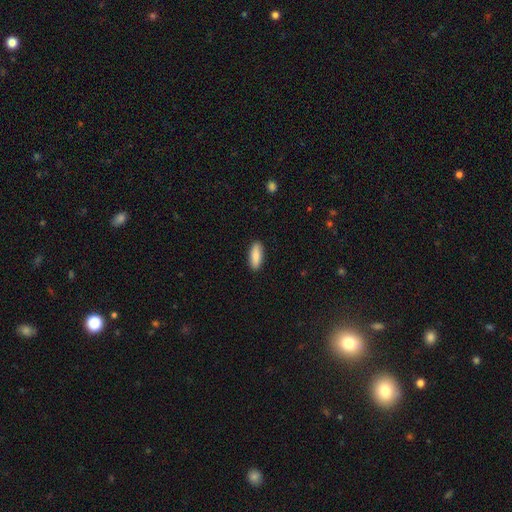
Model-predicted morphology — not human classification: smooth_or_featured: smooth (p=0.84) [alt: featured or disk p=0.10]
how_rounded: in between (p=0.65) [alt: cigar-shaped p=0.33]
merging: none (p=0.89) [alt: minor disturbance p=0.08]